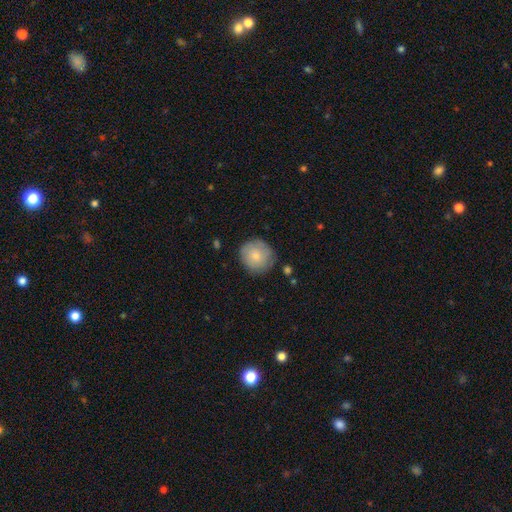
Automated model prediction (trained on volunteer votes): smooth_or_featured: smooth (p=0.77) [alt: featured or disk p=0.16]
how_rounded: round (p=0.91) [alt: in between p=0.08]
merging: none (p=0.80) [alt: minor disturbance p=0.15]